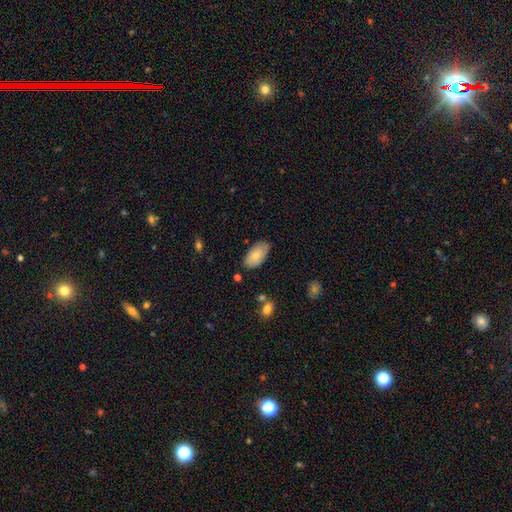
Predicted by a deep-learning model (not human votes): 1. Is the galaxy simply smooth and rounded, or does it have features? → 78% smooth, 16% featured or disk, 6% star or artifact.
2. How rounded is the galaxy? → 95% in between, 3% round, 2% cigar-shaped.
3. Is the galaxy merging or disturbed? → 74% none, 21% minor disturbance, 3% major disturbance, 2% merger.